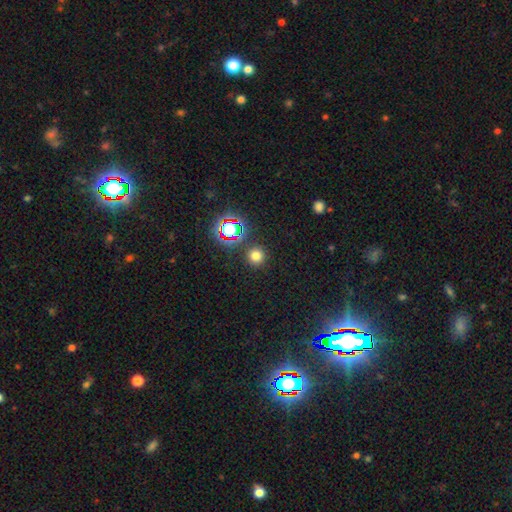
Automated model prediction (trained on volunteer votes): This appears to be a smooth galaxy with no disk features (70%) that is round (94%). Merging: none (89%).